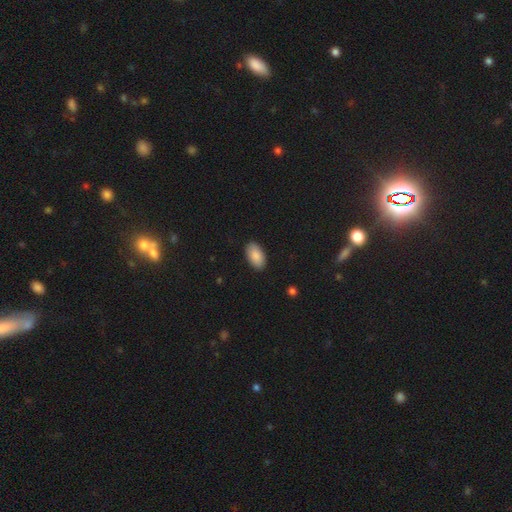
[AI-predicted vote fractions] Smooth or featured?
  - smooth: 89% *
  - star or artifact: 6%
  - featured or disk: 5%
How rounded?
  - in between: 95% *
  - round: 3%
  - cigar-shaped: 2%
Merging?
  - none: 89% *
  - minor disturbance: 8%
  - major disturbance: 2%
  - merger: 1%